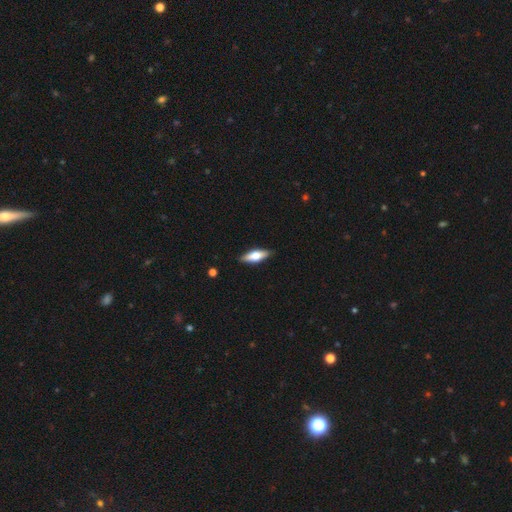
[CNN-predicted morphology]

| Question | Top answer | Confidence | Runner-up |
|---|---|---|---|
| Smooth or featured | smooth | 55% | featured or disk (39%) |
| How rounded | in between | 60% | cigar-shaped (38%) |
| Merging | none | 88% | minor disturbance (9%) |